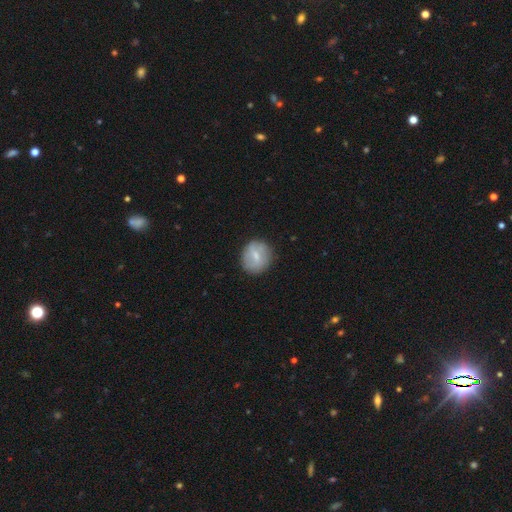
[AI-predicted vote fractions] A smooth galaxy with no disk features (58%) that is round (84%).

Vote fractions:
- Smooth or featured? smooth: 58% / featured or disk: 35% / star or artifact: 7%
- How rounded? round: 84% / in between: 15% / cigar-shaped: 1%
- Merging? none: 79% / minor disturbance: 14% / major disturbance: 5% / merger: 2%